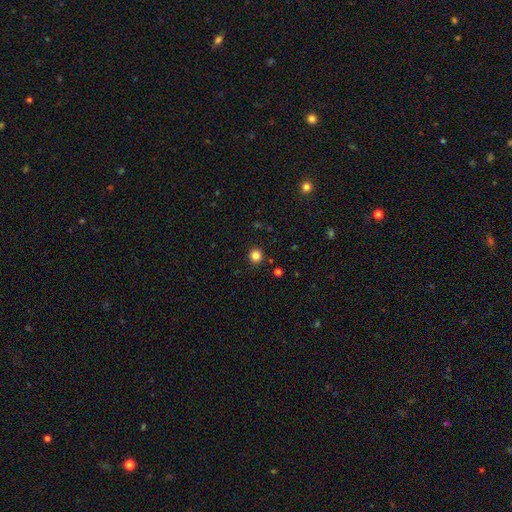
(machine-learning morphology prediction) smooth_or_featured: smooth (p=0.83) [alt: star or artifact p=0.13]
how_rounded: round (p=0.93) [alt: in between p=0.06]
merging: none (p=0.91) [alt: minor disturbance p=0.05]